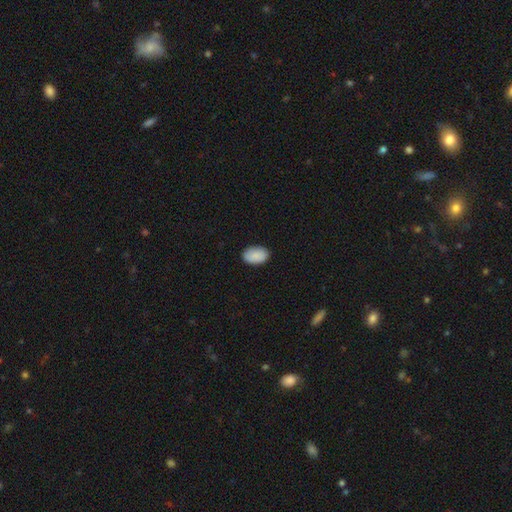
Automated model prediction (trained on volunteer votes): Smooth or featured: smooth — 90% (star or artifact — 6%)
How rounded: in between — 90% (round — 8%)
Merging: none — 88% (minor disturbance — 9%)